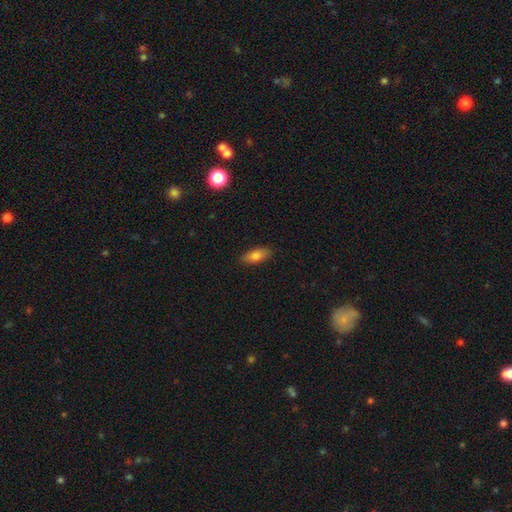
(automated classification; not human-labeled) Smooth or featured?
  - smooth: 81% *
  - featured or disk: 12%
  - star or artifact: 7%
How rounded?
  - in between: 82% *
  - cigar-shaped: 15%
  - round: 3%
Merging?
  - none: 88% *
  - minor disturbance: 9%
  - major disturbance: 2%
  - merger: 1%